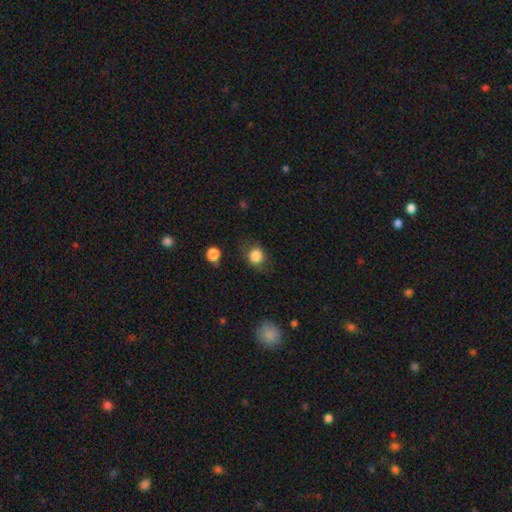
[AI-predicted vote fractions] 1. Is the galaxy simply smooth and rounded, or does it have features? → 83% smooth, 10% star or artifact, 8% featured or disk.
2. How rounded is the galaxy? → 69% round, 30% in between, 1% cigar-shaped.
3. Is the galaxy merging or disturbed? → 68% none, 20% minor disturbance, 9% major disturbance, 3% merger.